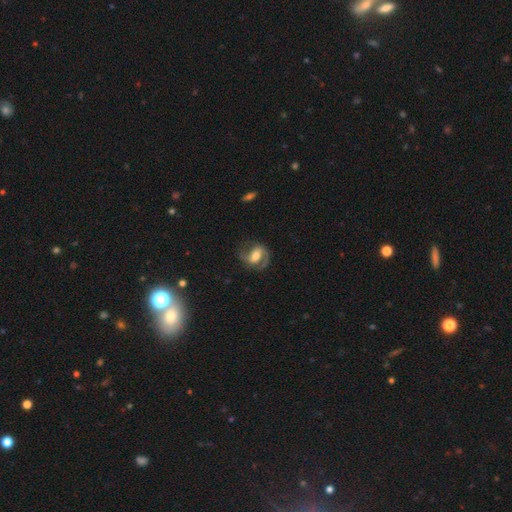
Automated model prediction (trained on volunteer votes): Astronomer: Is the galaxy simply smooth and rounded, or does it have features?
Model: featured or disk — 79%.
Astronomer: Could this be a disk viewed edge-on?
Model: no — 97%.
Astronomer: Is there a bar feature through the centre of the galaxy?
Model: weak — 42% (runner-up: strong, 32%).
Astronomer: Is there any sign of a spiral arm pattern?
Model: yes — 94%.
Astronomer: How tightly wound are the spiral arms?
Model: medium — 55%.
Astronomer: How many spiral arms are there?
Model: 2 — 88%.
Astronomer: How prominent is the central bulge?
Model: moderate — 59%.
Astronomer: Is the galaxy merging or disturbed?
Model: none — 71%.